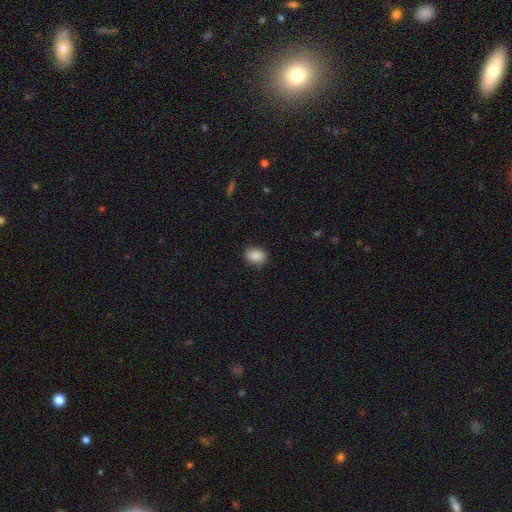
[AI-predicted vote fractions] Smooth or featured? Predicted: smooth (p=0.89). How rounded? Predicted: in between (p=0.59). Merging? Predicted: none (p=0.86).